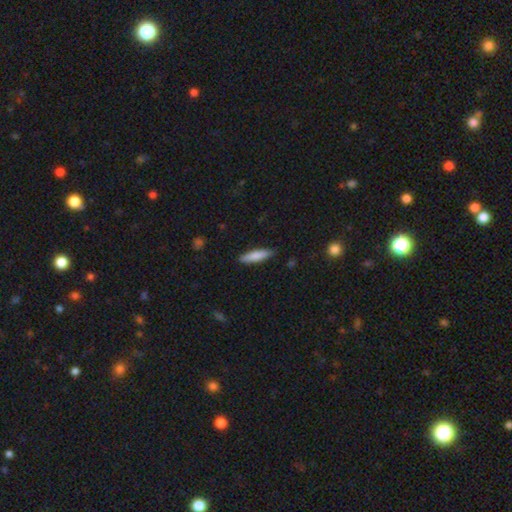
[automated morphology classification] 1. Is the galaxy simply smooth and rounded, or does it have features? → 80% smooth, 14% featured or disk, 6% star or artifact.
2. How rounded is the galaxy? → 74% cigar-shaped, 25% in between, 2% round.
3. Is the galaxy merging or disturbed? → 87% none, 10% minor disturbance, 2% major disturbance, 1% merger.